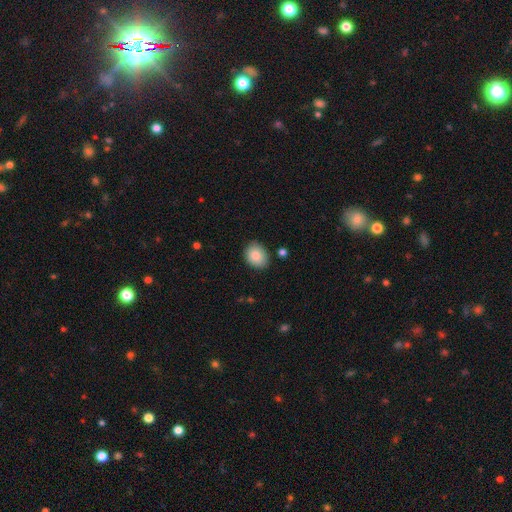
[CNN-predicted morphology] Smooth or featured: smooth — 86% (star or artifact — 8%)
How rounded: in between — 57% (round — 42%)
Merging: none — 83% (minor disturbance — 13%)